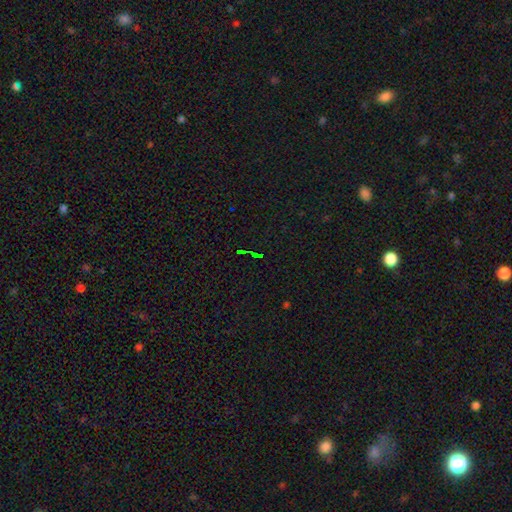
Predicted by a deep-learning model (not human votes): Q: Smooth or featured?
A: star or artifact (74%); runner-up: smooth (15%)